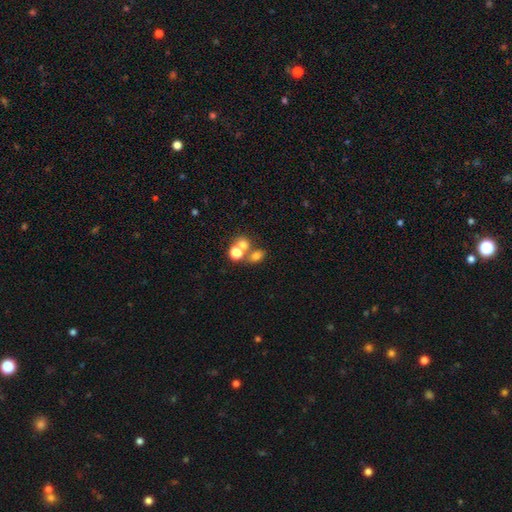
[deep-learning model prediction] This appears to be a smooth galaxy with no disk features (69%) that is in between round and cigar-shaped (55%). Merging: none (46%).